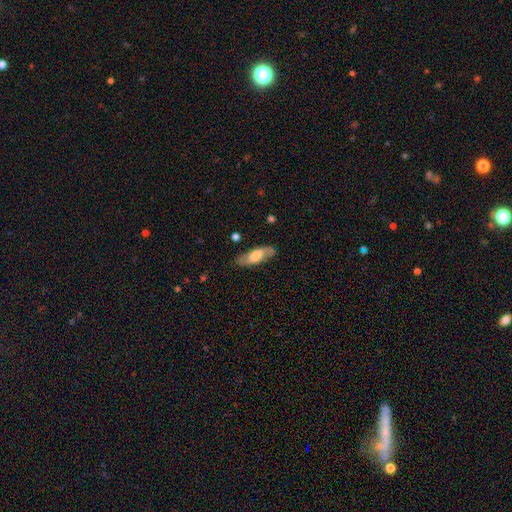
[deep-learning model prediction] Smooth or featured?
  - featured or disk: 48% *
  - smooth: 46%
  - star or artifact: 6%
Merging?
  - none: 81% *
  - minor disturbance: 13%
  - major disturbance: 4%
  - merger: 2%